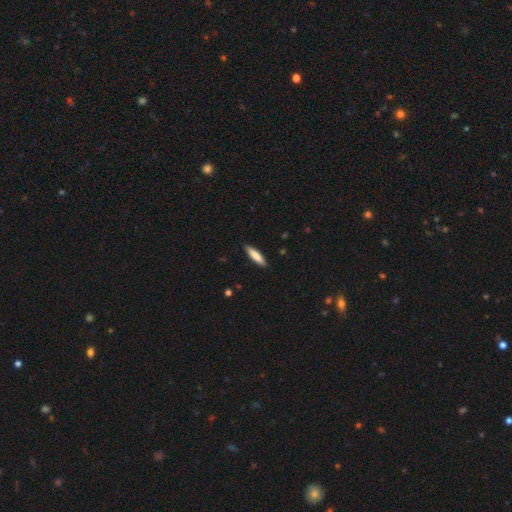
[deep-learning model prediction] This is clearly a smooth galaxy (80%). How rounded: likely cigar-shaped (77%). Merging: clearly none (89%).